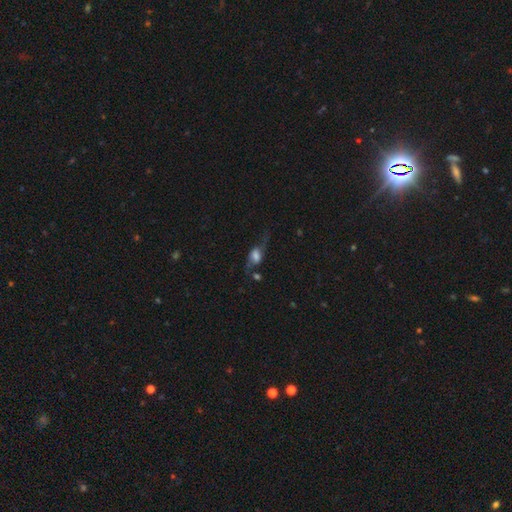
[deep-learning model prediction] A featured or disk galaxy (54%).

Vote fractions:
- Smooth or featured? featured or disk: 54% / smooth: 36% / star or artifact: 10%
- Edge-on disk? no: 75% / yes: 25%
- Merging? none: 47% / major disturbance: 26% / minor disturbance: 21% / merger: 6%